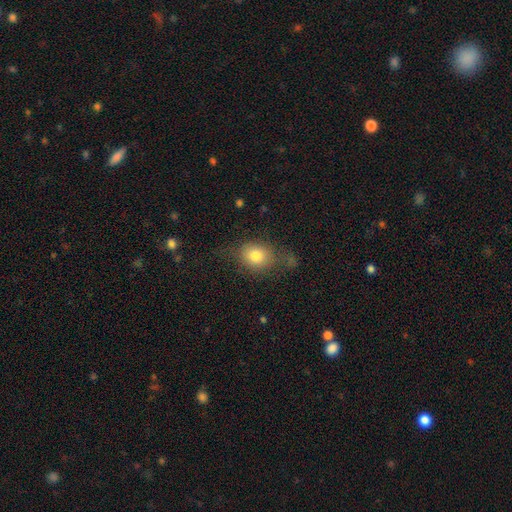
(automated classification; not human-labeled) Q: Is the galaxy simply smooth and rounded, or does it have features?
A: smooth — 78%.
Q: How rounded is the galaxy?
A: round — 54%.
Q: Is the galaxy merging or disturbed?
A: none — 55%.